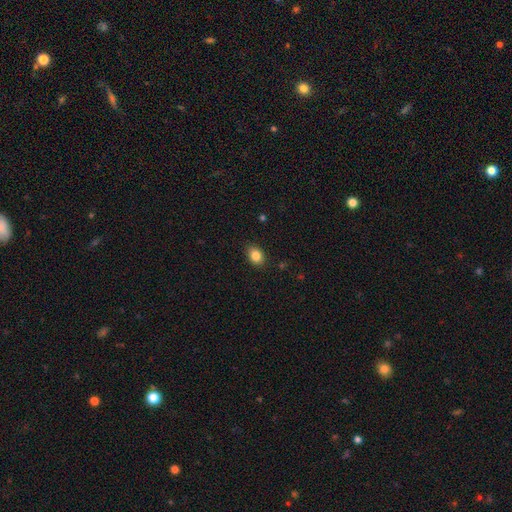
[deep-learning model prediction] The model was most divided on "how rounded": in between: 72%, round: 27%, cigar-shaped: 1%. More confident: merging — none (87%); smooth or featured — smooth (85%).